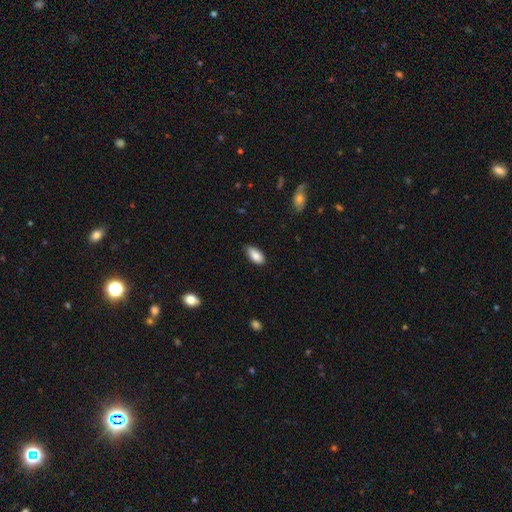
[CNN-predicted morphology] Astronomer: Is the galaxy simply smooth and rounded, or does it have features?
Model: smooth — 86%.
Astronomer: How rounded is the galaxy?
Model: in between — 92%.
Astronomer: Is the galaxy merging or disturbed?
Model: none — 80%.